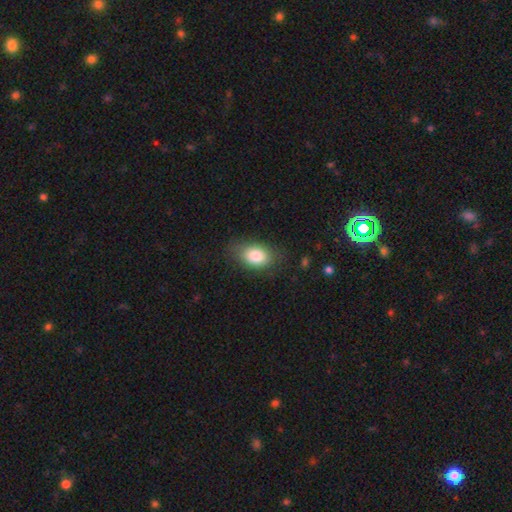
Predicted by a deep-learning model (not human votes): A smooth galaxy with no disk features (83%) that is in between round and cigar-shaped (84%).

Vote fractions:
- Smooth or featured? smooth: 83% / featured or disk: 10% / star or artifact: 8%
- How rounded? in between: 84% / round: 15% / cigar-shaped: 1%
- Merging? none: 77% / minor disturbance: 17% / major disturbance: 5% / merger: 1%